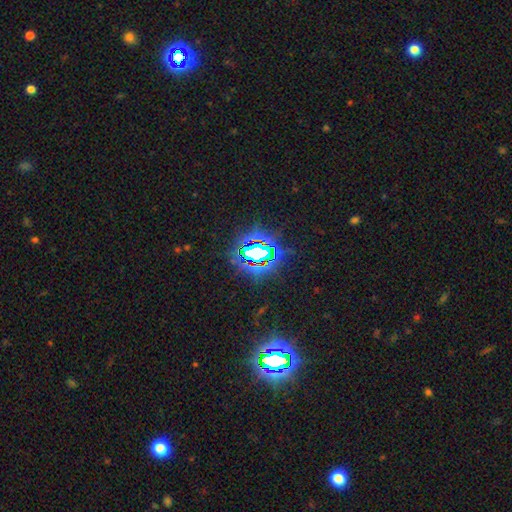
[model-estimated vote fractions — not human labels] Q: Smooth or featured?
A: star or artifact (76%); runner-up: smooth (13%)